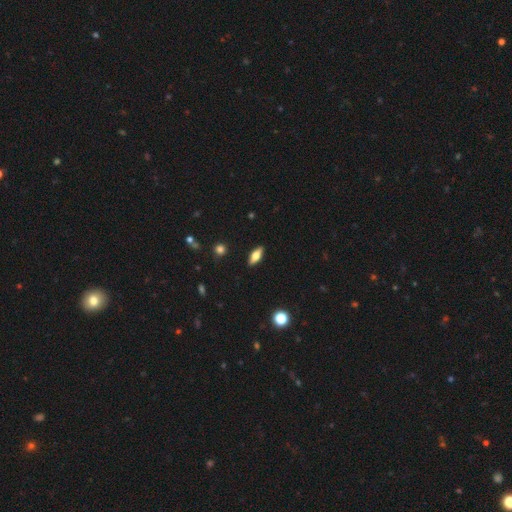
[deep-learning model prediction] smooth-or-featured: smooth: 62% | featured or disk: 30% | star or artifact: 7%
  how-rounded: in between: 72% | cigar-shaped: 25% | round: 4%
  merging: none: 89% | minor disturbance: 8% | major disturbance: 2% | merger: 1%